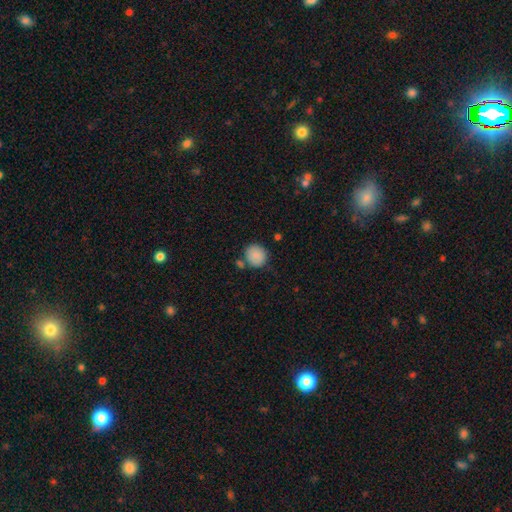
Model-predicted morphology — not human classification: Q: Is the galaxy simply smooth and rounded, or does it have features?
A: smooth — 88%.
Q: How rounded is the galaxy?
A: round — 87%.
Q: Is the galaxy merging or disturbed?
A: none — 72%.